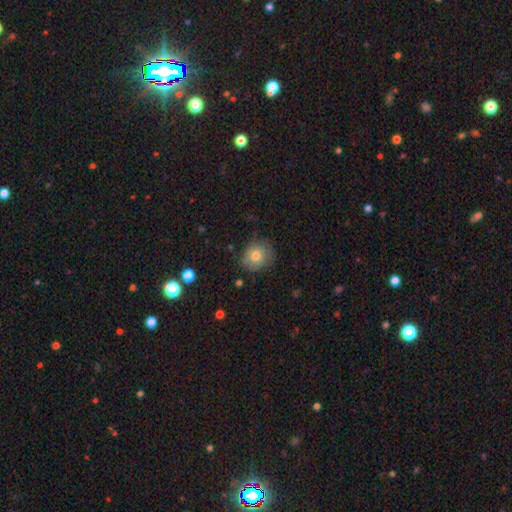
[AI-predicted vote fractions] Overall: smooth (76%). How rounded: round (77%). Merging: none (73%).